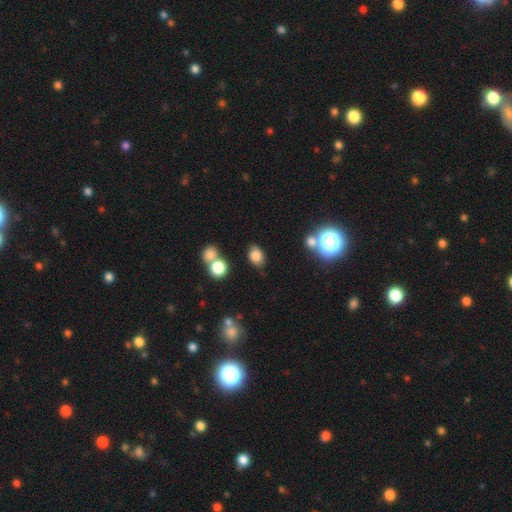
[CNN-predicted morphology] Smooth or featured? smooth (78%)
How rounded? in between (71%)
Merging? none (72%)